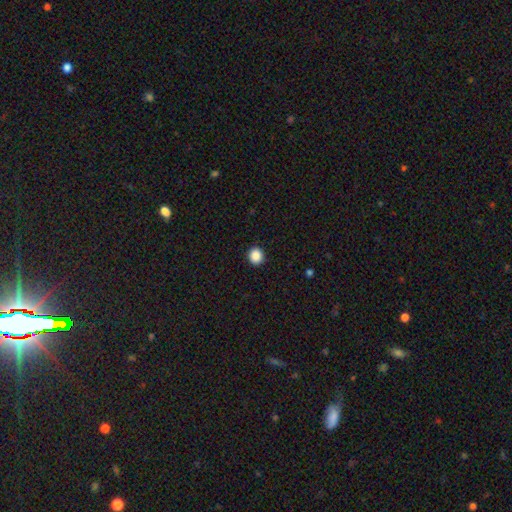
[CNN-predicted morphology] A smooth galaxy with no disk features (88%) that is round (87%).

Vote fractions:
- Smooth or featured? smooth: 88% / star or artifact: 9% / featured or disk: 2%
- How rounded? round: 87% / in between: 12% / cigar-shaped: 1%
- Merging? none: 92% / minor disturbance: 5% / major disturbance: 2% / merger: 1%